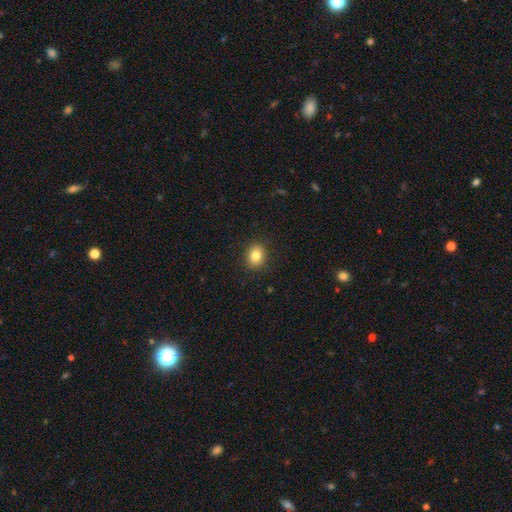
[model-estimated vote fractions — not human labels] Smooth or featured?
  - smooth: 84% *
  - star or artifact: 10%
  - featured or disk: 6%
How rounded?
  - round: 58% *
  - in between: 41%
  - cigar-shaped: 1%
Merging?
  - none: 89% *
  - minor disturbance: 8%
  - major disturbance: 2%
  - merger: 1%